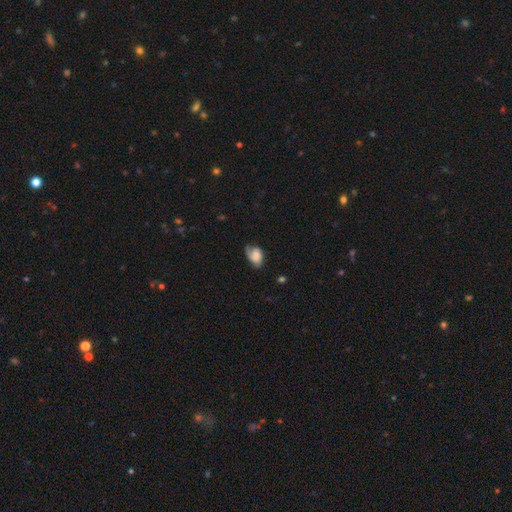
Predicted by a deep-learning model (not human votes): Smooth or featured: smooth — 69% (featured or disk — 22%)
How rounded: in between — 85% (round — 13%)
Merging: none — 41% (minor disturbance — 37%)